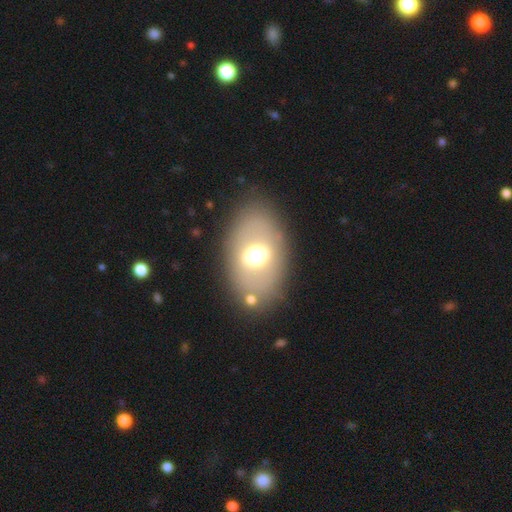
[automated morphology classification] smooth-or-featured: smooth: 53% | featured or disk: 35% | star or artifact: 11%
  how-rounded: in between: 79% | round: 19% | cigar-shaped: 2%
  merging: none: 79% | minor disturbance: 10% | major disturbance: 6% | merger: 5%